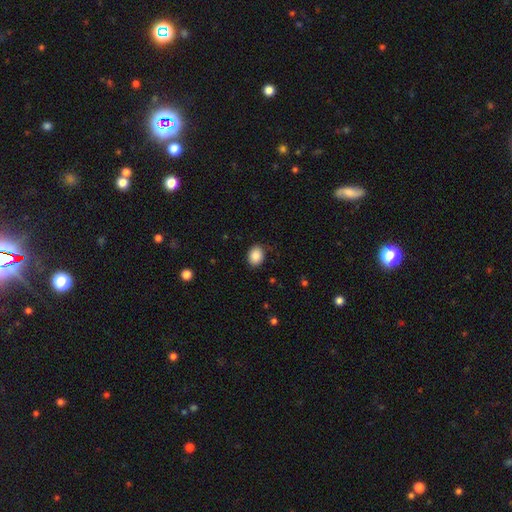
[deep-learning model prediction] smooth-or-featured: smooth: 87% | star or artifact: 8% | featured or disk: 5%
  how-rounded: in between: 61% | round: 38% | cigar-shaped: 1%
  merging: none: 82% | minor disturbance: 14% | major disturbance: 3% | merger: 1%